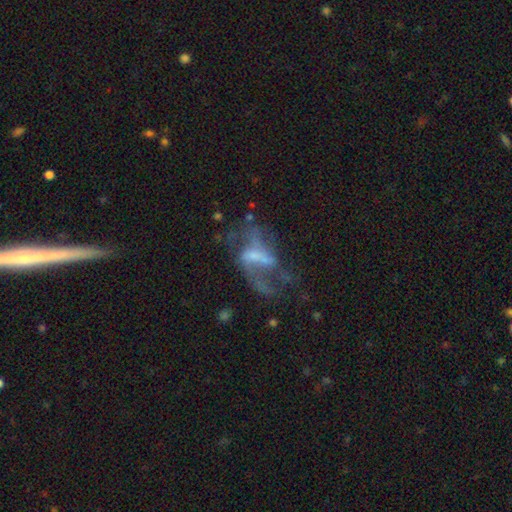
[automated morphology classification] This is likely a featured or disk galaxy (75%). It is clearly not viewed edge-on (95%). Bar: marginally weak (42%). Spiral arm pattern: likely yes (72%). Spiral arm count: possibly 2 (56%). Spiral winding: likely loose (68%). Central bulge: marginally small (41%). Merging: marginally major disturbance (40%).